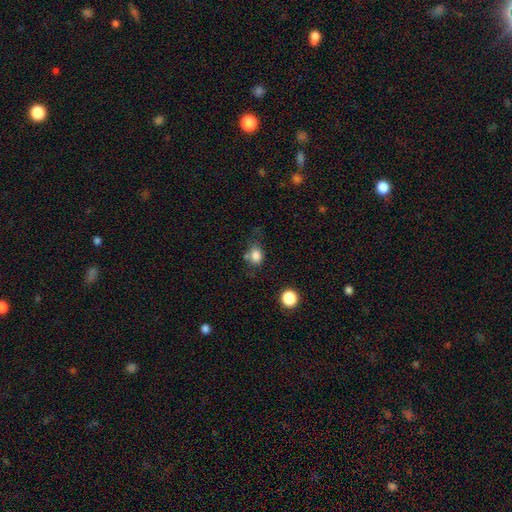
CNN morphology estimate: This is clearly a smooth galaxy (82%). How rounded: possibly round (50%). Merging: possibly none (53%).